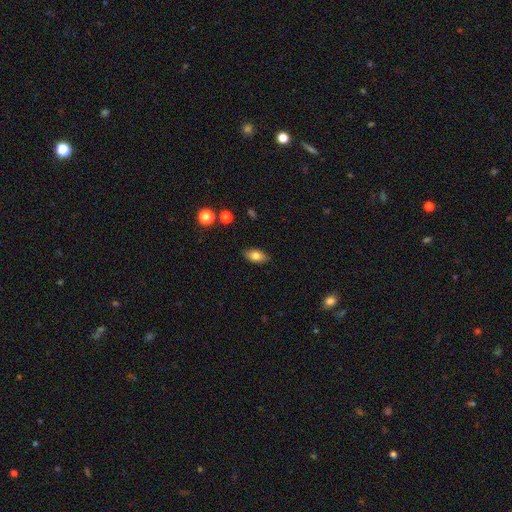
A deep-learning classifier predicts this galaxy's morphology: Smooth or featured: smooth — 77% (featured or disk — 14%)
How rounded: in between — 87% (cigar-shaped — 7%)
Merging: none — 87% (minor disturbance — 10%)